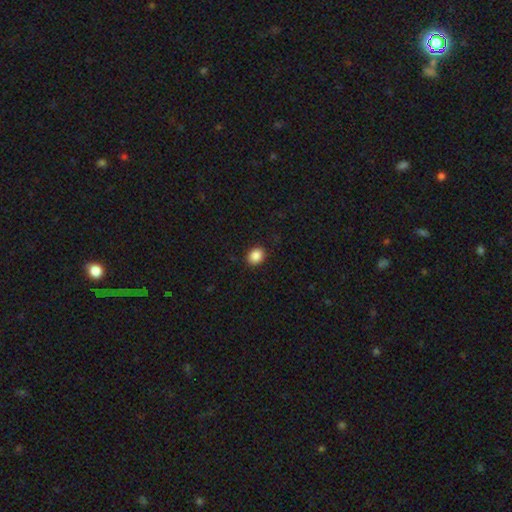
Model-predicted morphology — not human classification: This is clearly a smooth galaxy (88%). How rounded: possibly round (53%). Merging: clearly none (89%).